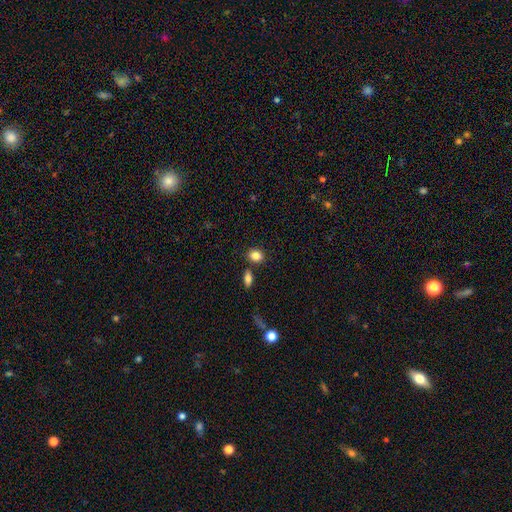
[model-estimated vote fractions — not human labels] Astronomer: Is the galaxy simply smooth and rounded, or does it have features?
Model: smooth — 84%.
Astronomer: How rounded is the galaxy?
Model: round — 50% (runner-up: in between, 49%).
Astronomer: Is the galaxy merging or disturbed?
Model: none — 77%.